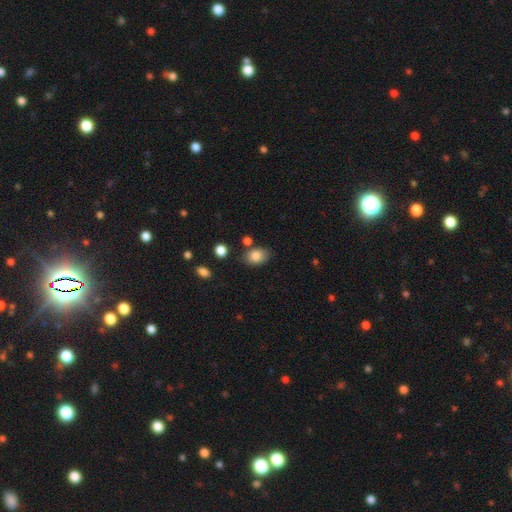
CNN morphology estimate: smooth_or_featured: smooth (p=0.85) [alt: star or artifact p=0.08]
how_rounded: in between (p=0.81) [alt: round p=0.18]
merging: none (p=0.73) [alt: minor disturbance p=0.16]